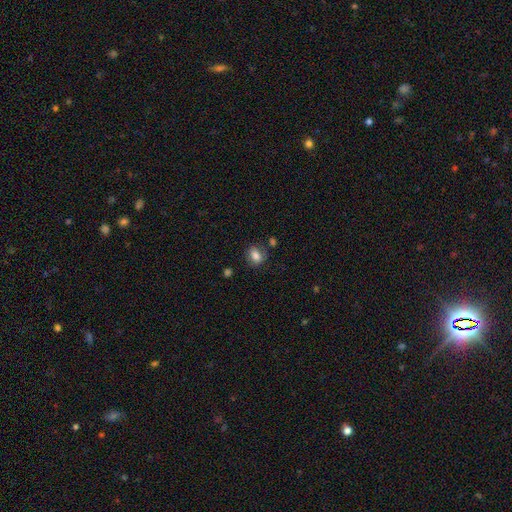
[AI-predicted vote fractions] This is likely a smooth galaxy (79%). How rounded: possibly in between (60%). Merging: likely none (71%).